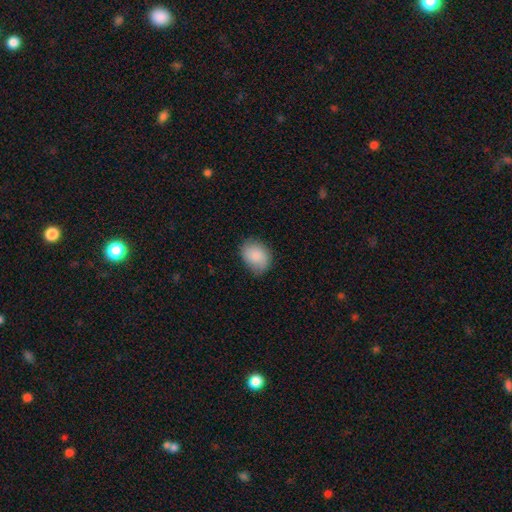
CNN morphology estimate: Overall: smooth (86%). How rounded: in between (61%; round 38%). Merging: none (71%).